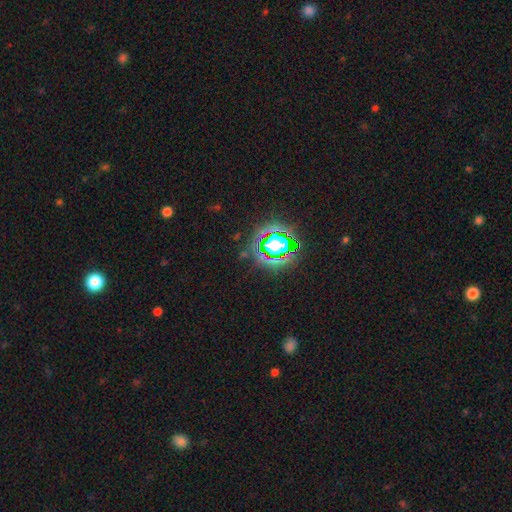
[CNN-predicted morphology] Overall: star or artifact (81%).